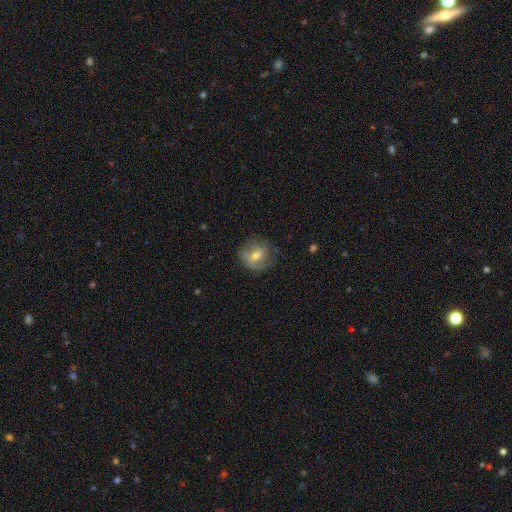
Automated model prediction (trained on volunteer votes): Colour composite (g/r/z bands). It shows a featured or disk galaxy (48%). Merging: none (66%).